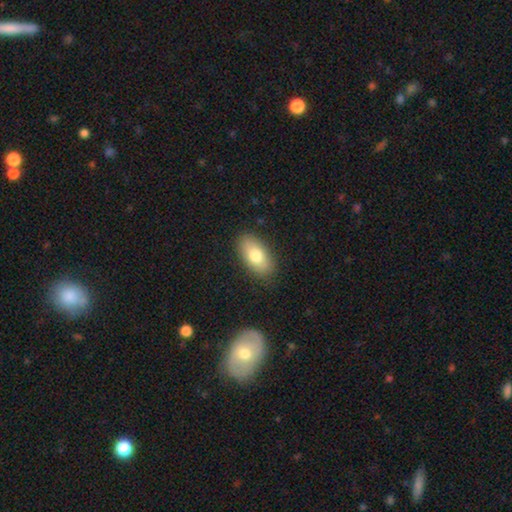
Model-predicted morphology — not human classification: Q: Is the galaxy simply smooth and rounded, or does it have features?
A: smooth — 77%.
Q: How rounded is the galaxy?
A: in between — 92%.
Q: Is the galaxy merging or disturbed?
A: none — 87%.